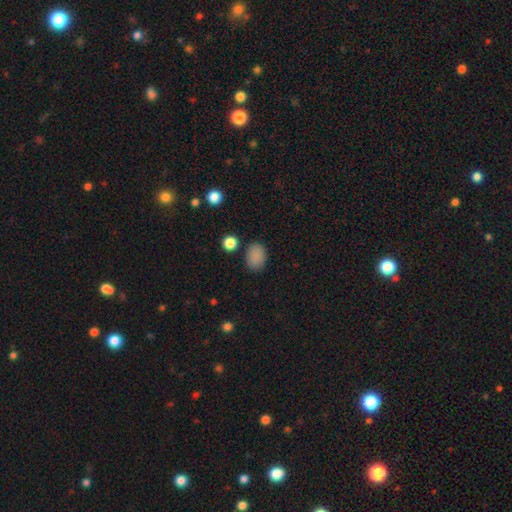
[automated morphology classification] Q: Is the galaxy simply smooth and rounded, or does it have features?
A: smooth — 87%.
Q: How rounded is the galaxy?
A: in between — 81%.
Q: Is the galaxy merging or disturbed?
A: none — 83%.